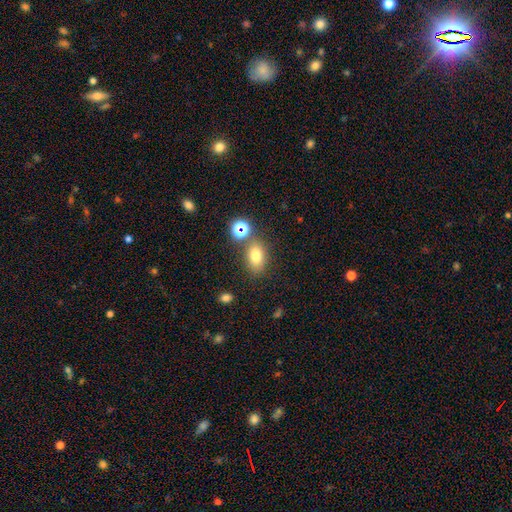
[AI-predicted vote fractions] Q: Smooth or featured?
A: smooth (75%); runner-up: star or artifact (14%)
Q: How rounded?
A: in between (76%); runner-up: round (21%)
Q: Merging?
A: none (73%); runner-up: minor disturbance (12%)